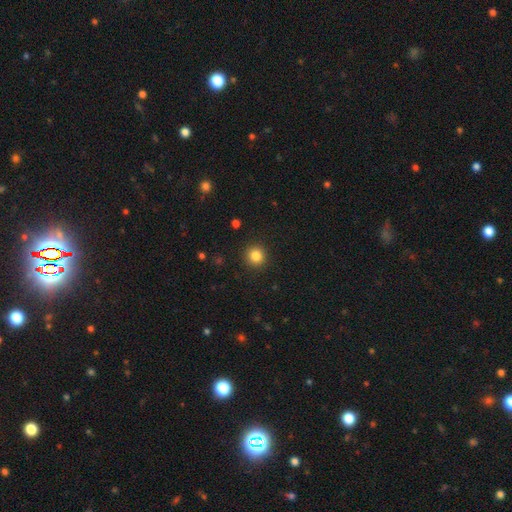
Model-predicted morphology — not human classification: The model was most divided on "smooth or featured": smooth: 84%, star or artifact: 11%, featured or disk: 5%. More confident: how rounded — round (94%); merging — none (92%).